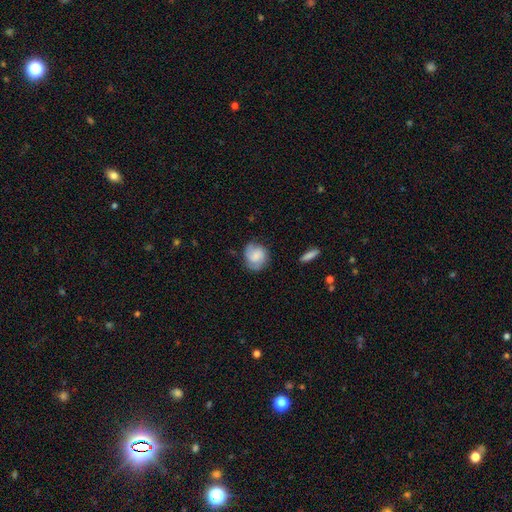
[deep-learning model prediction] Overall: featured or disk (48%; smooth 44%). Merging: none (71%).